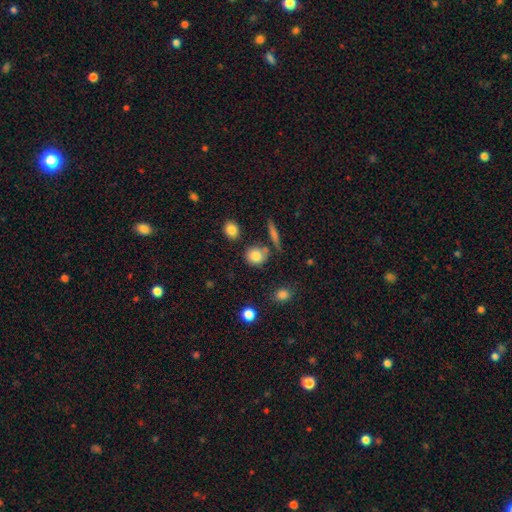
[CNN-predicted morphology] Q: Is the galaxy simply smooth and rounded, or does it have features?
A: smooth — 82%.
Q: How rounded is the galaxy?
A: round — 78%.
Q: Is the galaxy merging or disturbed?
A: none — 71%.